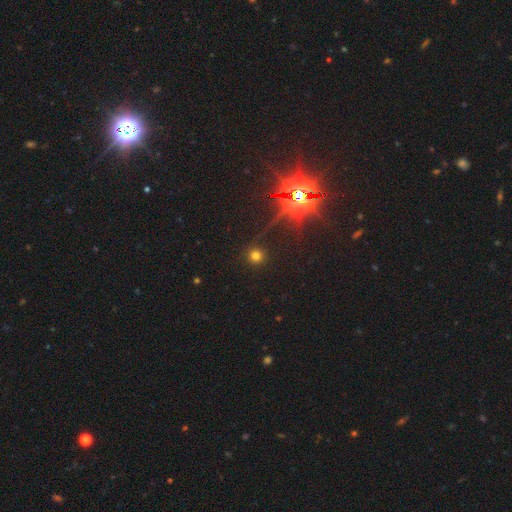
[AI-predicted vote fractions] Q: Smooth or featured?
A: smooth (67%); runner-up: star or artifact (26%)
Q: How rounded?
A: round (95%); runner-up: in between (4%)
Q: Merging?
A: none (89%); runner-up: minor disturbance (6%)